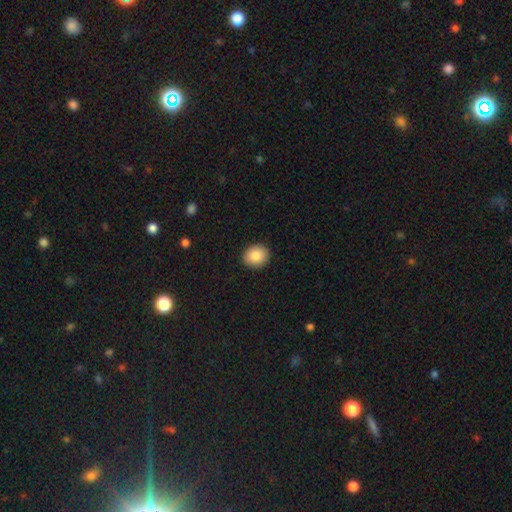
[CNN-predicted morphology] type=smooth (88%); roundness=round (73%); merging=none (91%).